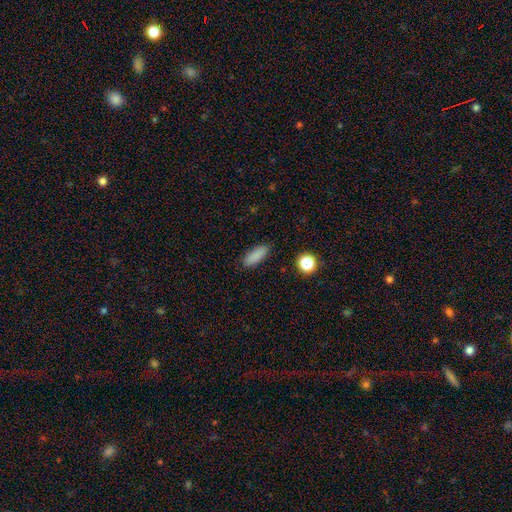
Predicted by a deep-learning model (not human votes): Q: Smooth or featured?
A: smooth (86%); runner-up: star or artifact (9%)
Q: How rounded?
A: in between (64%); runner-up: cigar-shaped (33%)
Q: Merging?
A: none (87%); runner-up: minor disturbance (9%)